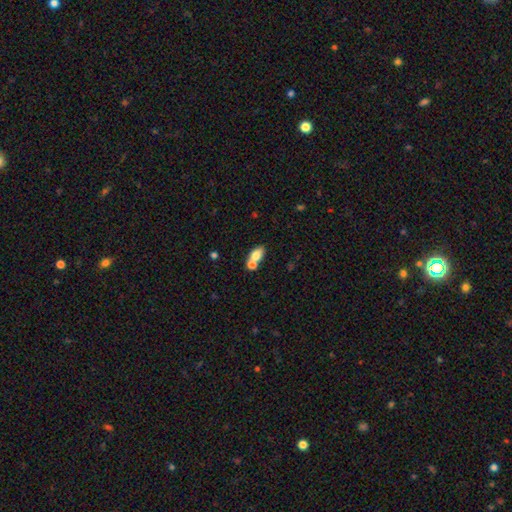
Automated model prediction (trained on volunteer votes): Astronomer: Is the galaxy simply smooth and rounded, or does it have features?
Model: smooth — 74%.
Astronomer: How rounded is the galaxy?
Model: in between — 81%.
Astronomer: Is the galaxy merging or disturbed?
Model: merger — 50% (runner-up: none, 36%).